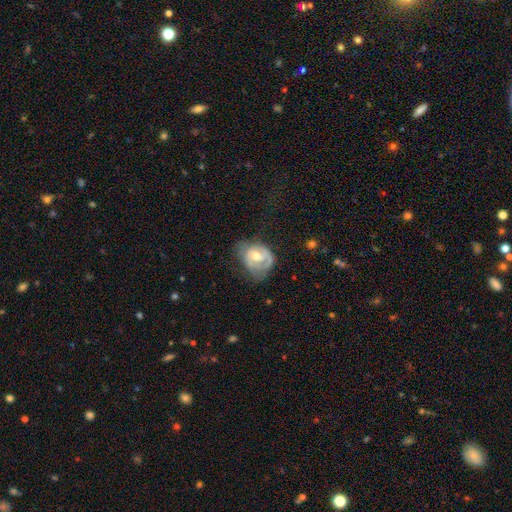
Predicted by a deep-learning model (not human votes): This is likely a featured or disk galaxy (63%). It is clearly not viewed edge-on (96%). Bar: possibly no (54%). Spiral arm pattern: likely yes (67%). Central bulge: likely moderate (69%). Merging: marginally none (43%).